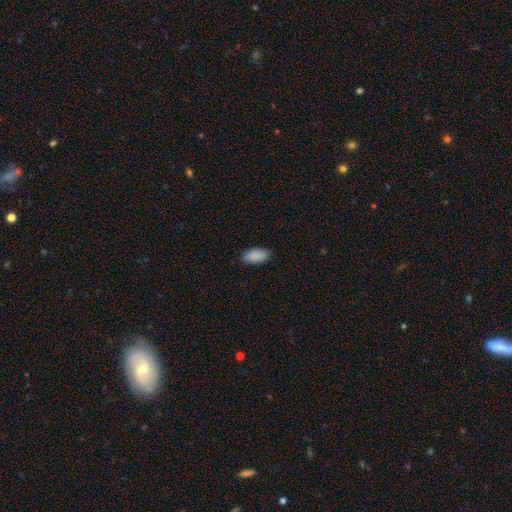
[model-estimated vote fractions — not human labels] smooth_or_featured: smooth (p=0.90) [alt: star or artifact p=0.07]
how_rounded: in between (p=0.93) [alt: cigar-shaped p=0.05]
merging: none (p=0.85) [alt: minor disturbance p=0.12]